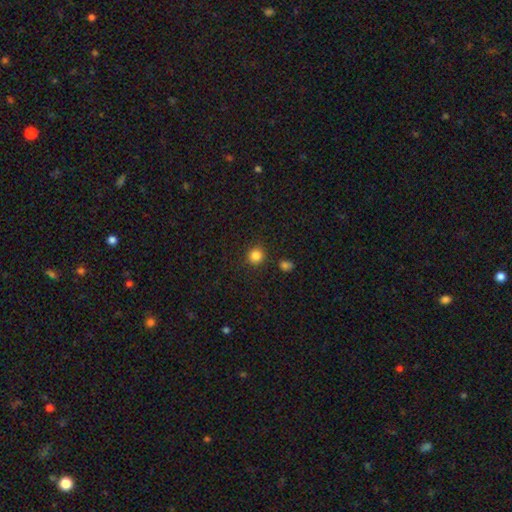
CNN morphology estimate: Q: Smooth or featured?
A: smooth (84%); runner-up: star or artifact (12%)
Q: How rounded?
A: round (91%); runner-up: in between (8%)
Q: Merging?
A: none (88%); runner-up: minor disturbance (6%)